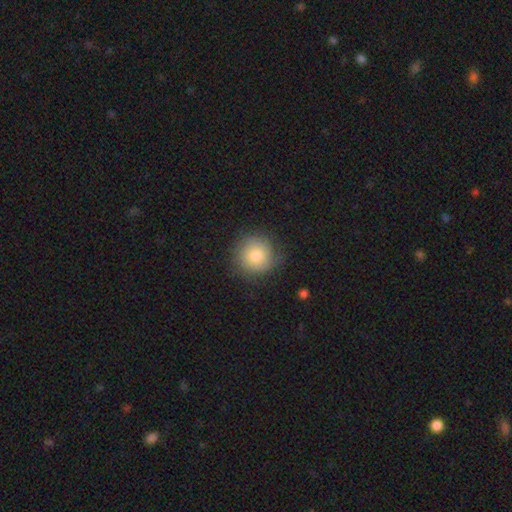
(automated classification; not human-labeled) Smooth or featured: smooth — 75% (featured or disk — 16%)
How rounded: round — 93% (in between — 6%)
Merging: none — 77% (minor disturbance — 17%)